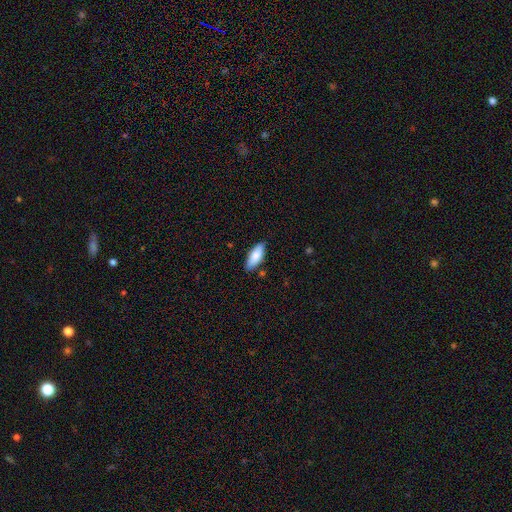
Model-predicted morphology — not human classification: A smooth galaxy with no disk features (83%) that is in between round and cigar-shaped (78%).

Vote fractions:
- Smooth or featured? smooth: 83% / featured or disk: 11% / star or artifact: 6%
- How rounded? in between: 78% / cigar-shaped: 20% / round: 2%
- Merging? none: 83% / minor disturbance: 13% / major disturbance: 2% / merger: 2%